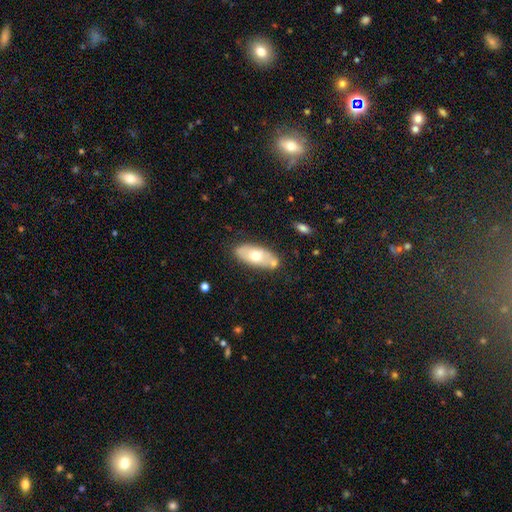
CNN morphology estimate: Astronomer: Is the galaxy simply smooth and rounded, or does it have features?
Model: smooth — 56% (runner-up: featured or disk, 38%).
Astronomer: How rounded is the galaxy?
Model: in between — 87%.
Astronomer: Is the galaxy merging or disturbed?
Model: none — 73%.